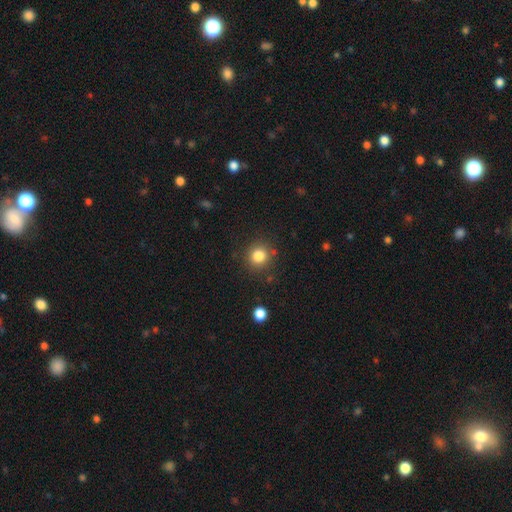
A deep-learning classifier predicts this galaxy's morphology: Smooth or featured? Predicted: smooth (p=0.80). How rounded? Predicted: round (p=0.93). Merging? Predicted: none (p=0.90).